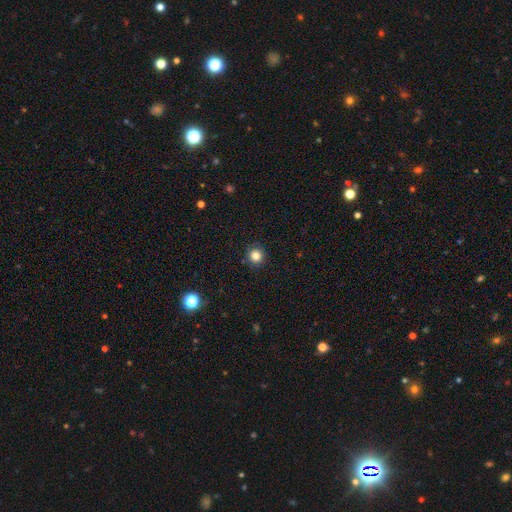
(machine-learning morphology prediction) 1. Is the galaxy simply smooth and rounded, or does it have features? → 83% smooth, 12% star or artifact, 5% featured or disk.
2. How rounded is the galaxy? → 93% round, 6% in between, 1% cigar-shaped.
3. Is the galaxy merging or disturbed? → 90% none, 7% minor disturbance, 2% major disturbance, 1% merger.